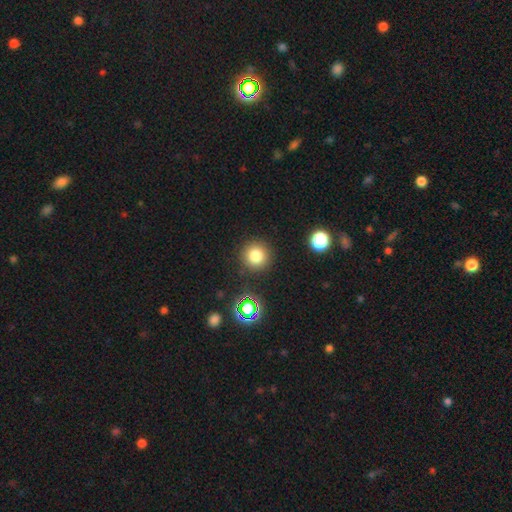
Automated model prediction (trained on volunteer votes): Overall: smooth (79%). How rounded: round (95%). Merging: none (89%).